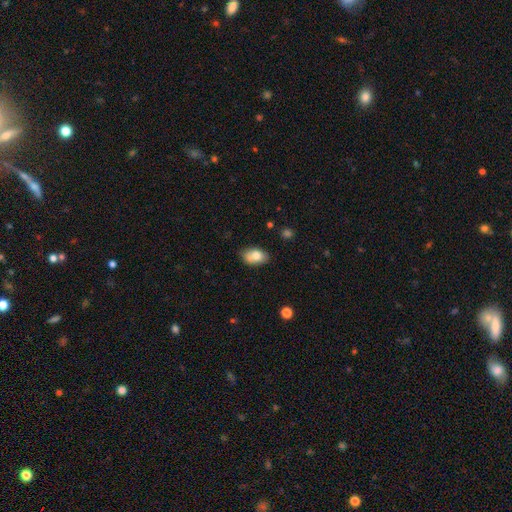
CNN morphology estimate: Overall: smooth (79%). How rounded: in between (89%). Merging: none (70%).